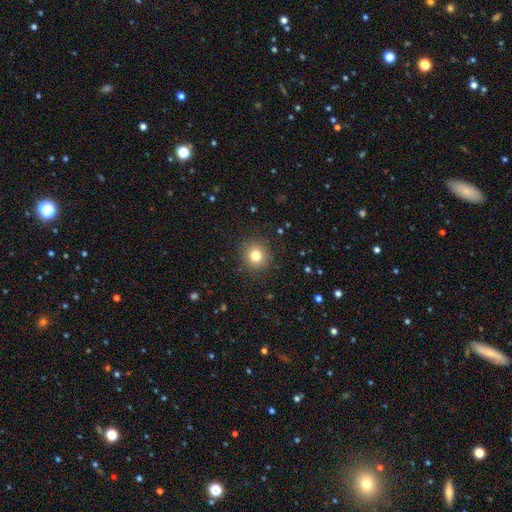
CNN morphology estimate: Smooth or featured? Predicted: smooth (p=0.79). How rounded? Predicted: round (p=0.94). Merging? Predicted: none (p=0.90).